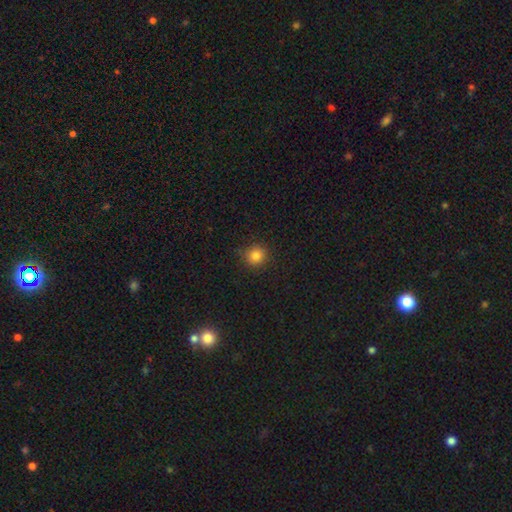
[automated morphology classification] type=smooth (83%); roundness=round (93%); merging=none (85%).